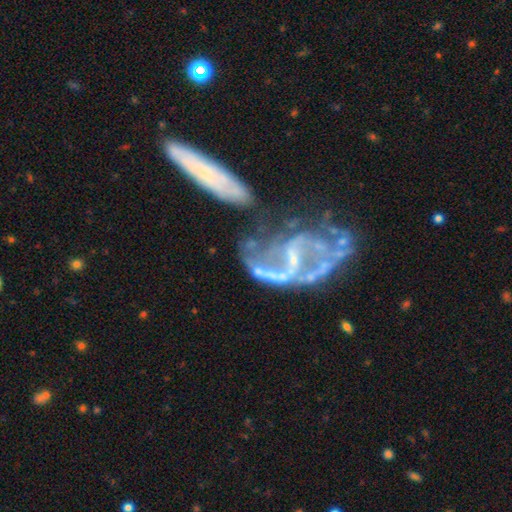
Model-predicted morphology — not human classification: A featured or disk galaxy (82%) with a weak bar (36%), 2 (68%) loose (68%) spiral arms (72%) and a small central bulge (49%). Merging: major disturbance (34%).